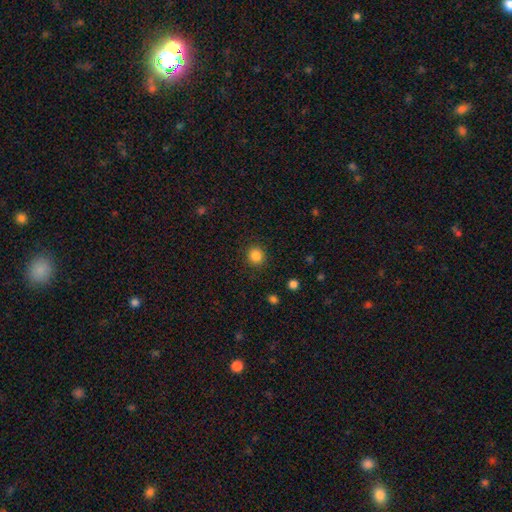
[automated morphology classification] Smooth or featured? smooth (85%)
How rounded? round (89%)
Merging? none (91%)